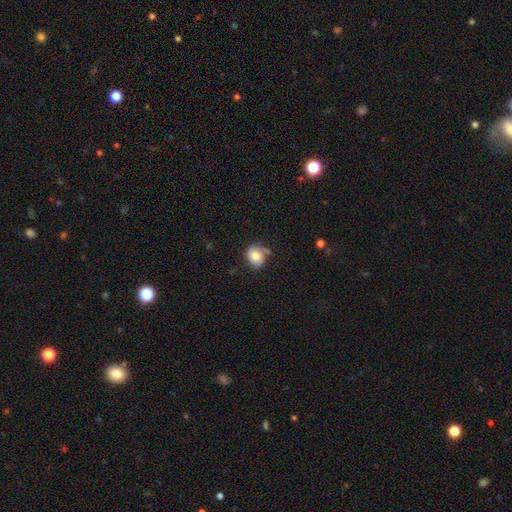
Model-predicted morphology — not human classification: Overall: smooth (75%). How rounded: round (64%; in between 36%). Merging: none (59%; minor disturbance 27%).